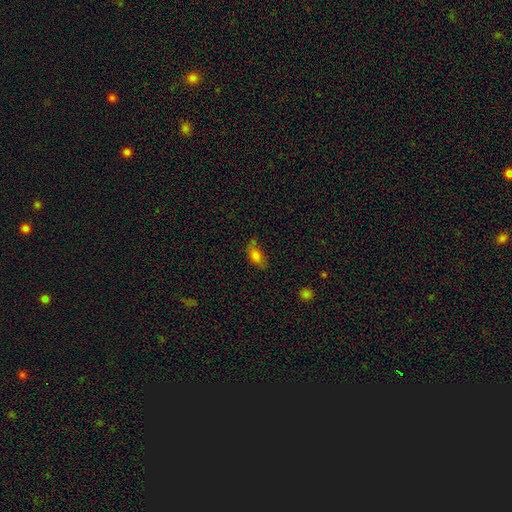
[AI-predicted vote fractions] This appears to be a smooth galaxy with no disk features (76%) that is in between round and cigar-shaped (85%). Merging: none (54%).